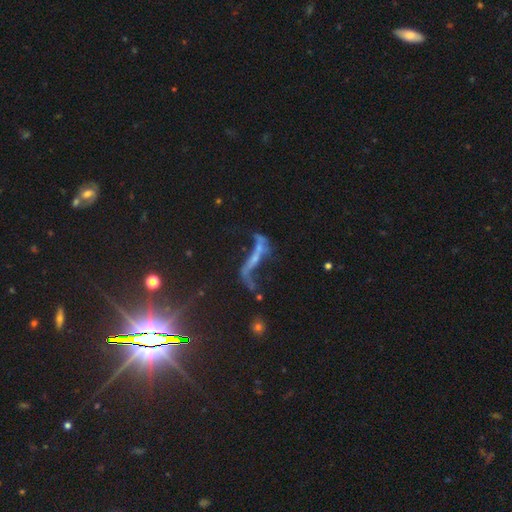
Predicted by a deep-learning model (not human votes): featured or disk 69%, star or artifact 19%, smooth 12%. Down the decision tree: edge-on disk — no (77%); bar — no (46%); spiral arms — yes (71%); bulge size — small (45%); merging — none (37%).